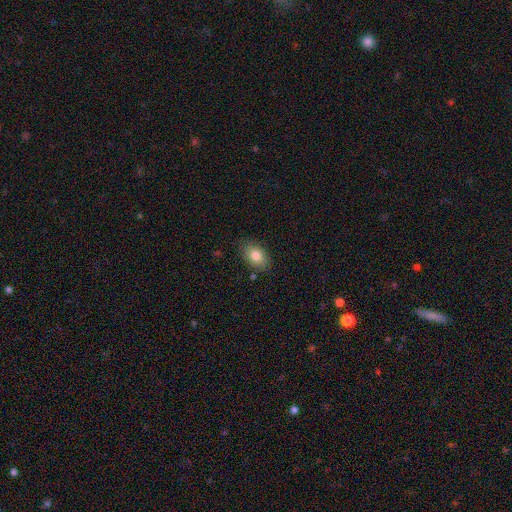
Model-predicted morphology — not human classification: Smooth or featured?
  - smooth: 81% *
  - featured or disk: 11%
  - star or artifact: 8%
How rounded?
  - in between: 86% *
  - round: 12%
  - cigar-shaped: 1%
Merging?
  - none: 82% *
  - minor disturbance: 13%
  - major disturbance: 3%
  - merger: 2%